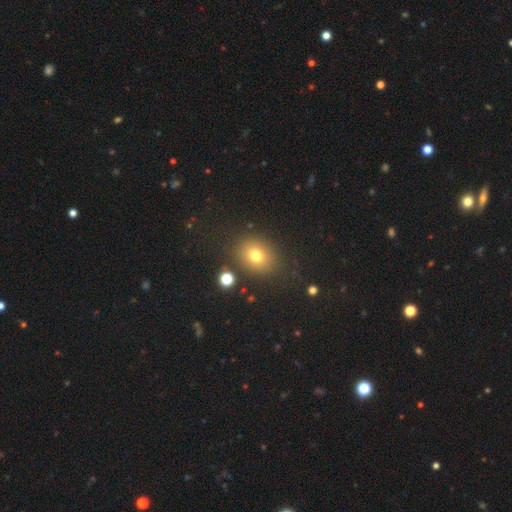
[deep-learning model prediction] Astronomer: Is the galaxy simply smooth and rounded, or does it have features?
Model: smooth — 74%.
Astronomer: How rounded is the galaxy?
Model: round — 58% (runner-up: in between, 41%).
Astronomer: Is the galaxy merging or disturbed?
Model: none — 83%.